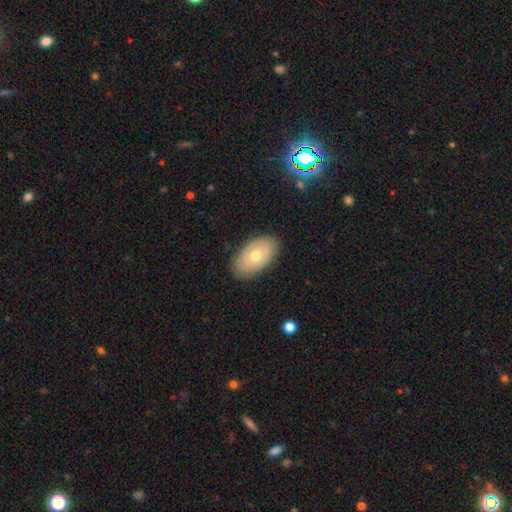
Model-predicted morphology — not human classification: type=smooth (57%); roundness=in between (93%); merging=none (85%).